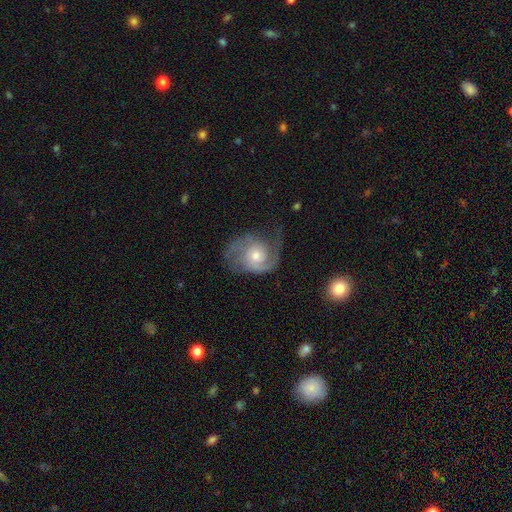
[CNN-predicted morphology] A featured or disk galaxy (82%) with no bar (72%), 2 (65%) medium (46%) spiral arms (95%) and a moderate central bulge (55%).

Vote fractions:
- Smooth or featured? featured or disk: 82% / smooth: 13% / star or artifact: 6%
- Edge-on disk? no: 98% / yes: 2%
- Bar? no: 72% / weak: 24% / strong: 4%
- Spiral arms? yes: 95% / no: 5%
- Spiral winding? medium: 46% / tight: 31% / loose: 23%
- Spiral arm count? 2: 65% / 1: 11% / can't tell: 10% / 3: 8% / 4: 2% / more than 4: 2%
- Bulge size? moderate: 55% / small: 37% / large: 5% / none: 2% / dominant: 1%
- Merging? none: 56% / minor disturbance: 23% / major disturbance: 19% / merger: 2%